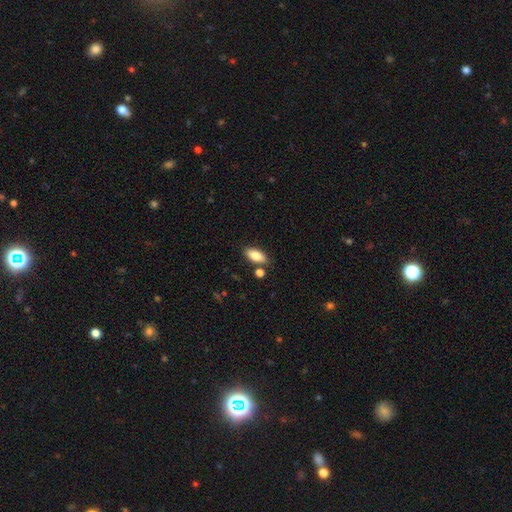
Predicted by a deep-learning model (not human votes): smooth_or_featured: smooth (p=0.82) [alt: featured or disk p=0.11]
how_rounded: in between (p=0.87) [alt: cigar-shaped p=0.10]
merging: none (p=0.79) [alt: minor disturbance p=0.12]